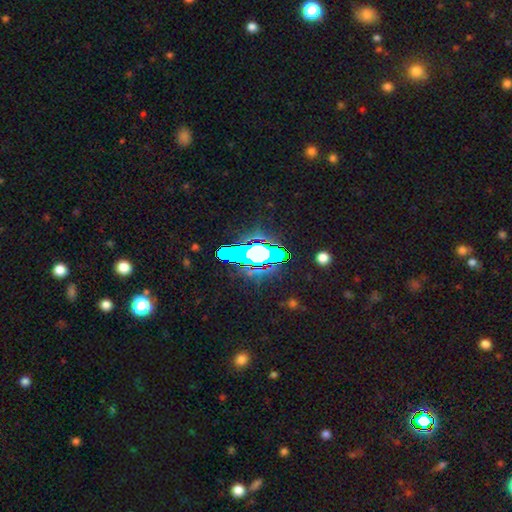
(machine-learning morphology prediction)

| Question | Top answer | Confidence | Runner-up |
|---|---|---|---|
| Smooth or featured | star or artifact | 71% | smooth (15%) |